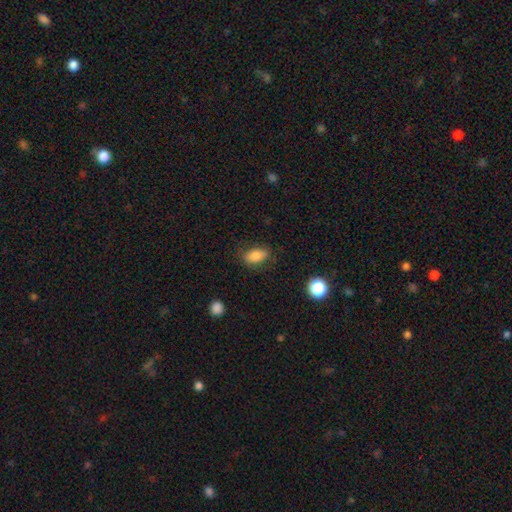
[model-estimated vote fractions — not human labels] smooth_or_featured: smooth (p=0.82) [alt: featured or disk p=0.09]
how_rounded: in between (p=0.87) [alt: round p=0.08]
merging: none (p=0.76) [alt: minor disturbance p=0.17]